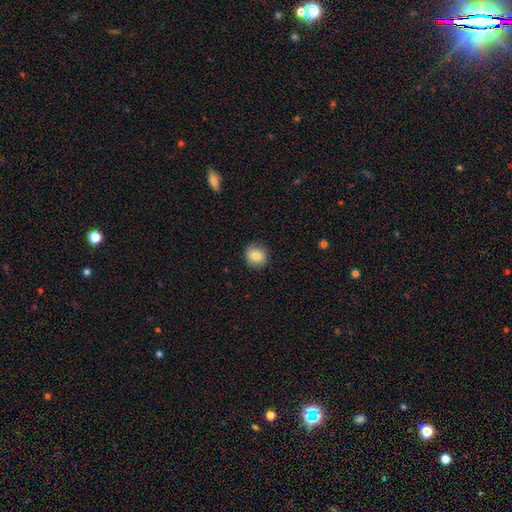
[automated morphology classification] The model was most divided on "smooth or featured": smooth: 82%, featured or disk: 9%, star or artifact: 9%. More confident: merging — none (89%); how rounded — round (88%).